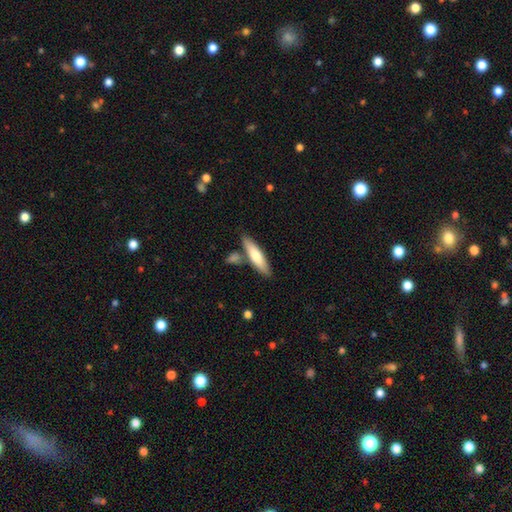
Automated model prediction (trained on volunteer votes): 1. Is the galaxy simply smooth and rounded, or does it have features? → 67% smooth, 28% featured or disk, 5% star or artifact.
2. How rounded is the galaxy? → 71% cigar-shaped, 27% in between, 2% round.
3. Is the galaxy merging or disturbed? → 75% none, 12% merger, 11% minor disturbance, 2% major disturbance.